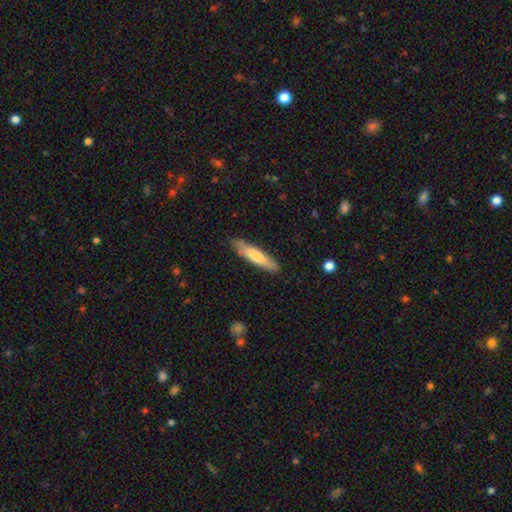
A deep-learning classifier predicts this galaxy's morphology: Smooth or featured? smooth (64%)
How rounded? cigar-shaped (83%)
Merging? none (86%)